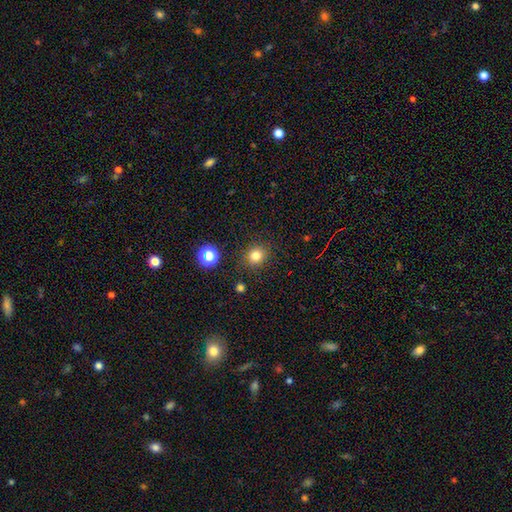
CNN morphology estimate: Smooth or featured? Predicted: smooth (p=0.79). How rounded? Predicted: round (p=0.84). Merging? Predicted: none (p=0.88).